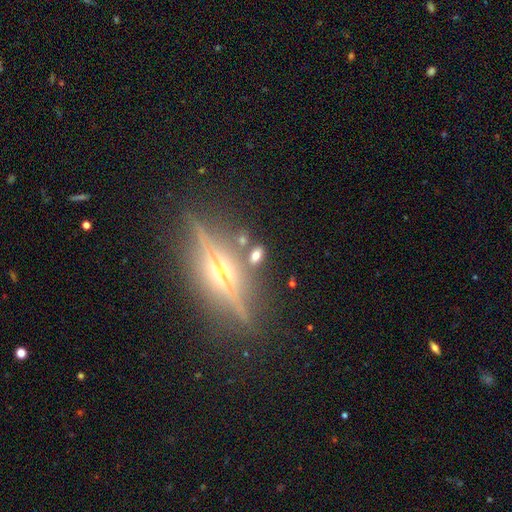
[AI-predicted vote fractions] smooth-or-featured: smooth: 44% | featured or disk: 42% | star or artifact: 14%
  merging: none: 80% | minor disturbance: 12% | merger: 4% | major disturbance: 4%